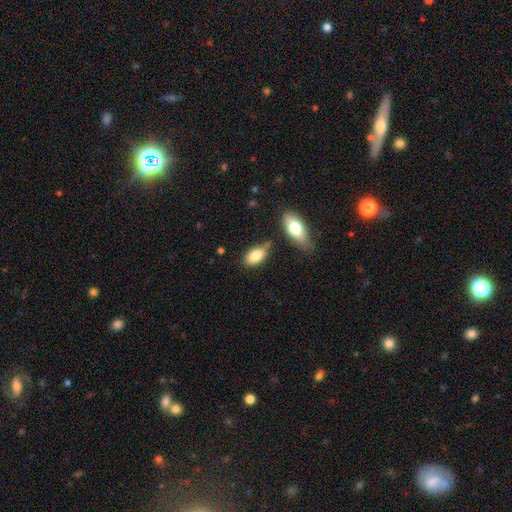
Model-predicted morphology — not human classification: This appears to be a smooth galaxy with no disk features (82%) that is in between round and cigar-shaped (92%). Merging: none (58%).